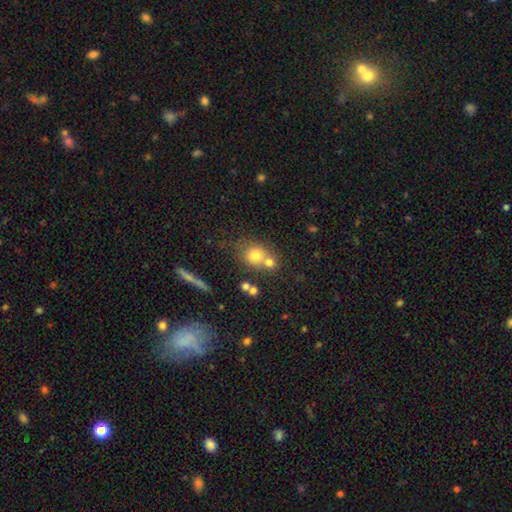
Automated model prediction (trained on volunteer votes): smooth-or-featured: smooth: 73% | star or artifact: 14% | featured or disk: 13%
  how-rounded: round: 71% | in between: 27% | cigar-shaped: 2%
  merging: none: 44% | merger: 41% | minor disturbance: 10% | major disturbance: 5%